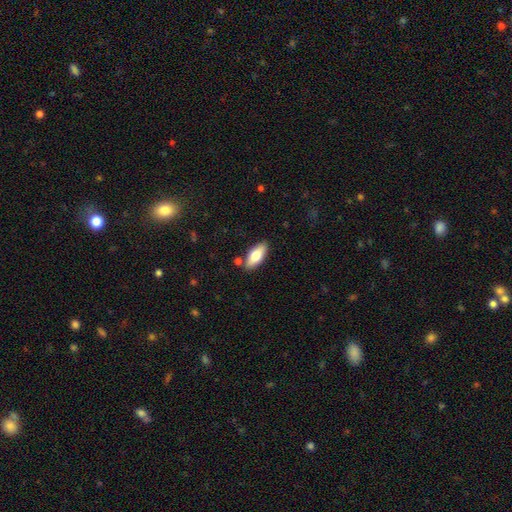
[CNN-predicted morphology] smooth_or_featured: smooth (p=0.73) [alt: featured or disk p=0.21]
how_rounded: in between (p=0.81) [alt: cigar-shaped p=0.16]
merging: none (p=0.84) [alt: minor disturbance p=0.10]